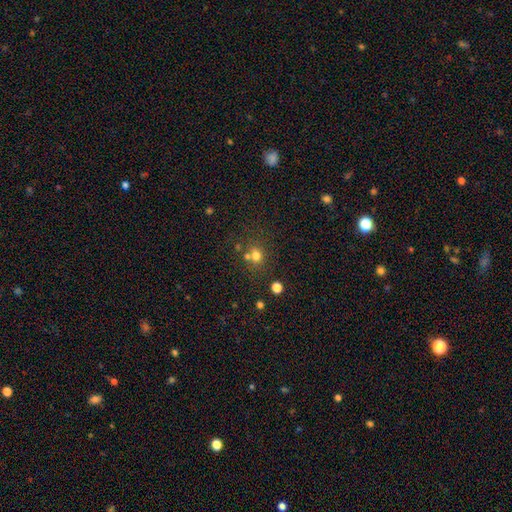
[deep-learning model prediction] Smooth or featured? smooth (70%)
How rounded? round (71%)
Merging? none (58%)